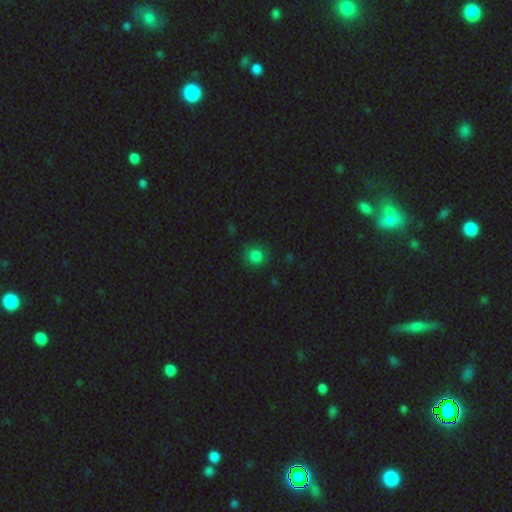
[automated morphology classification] type=smooth (82%); roundness=round (88%); merging=none (87%).